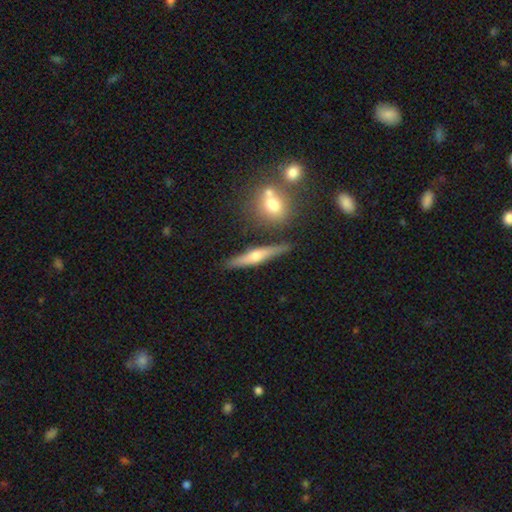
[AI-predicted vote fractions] Smooth or featured?
  - featured or disk: 63% *
  - smooth: 29%
  - star or artifact: 7%
Edge-on disk?
  - yes: 95% *
  - no: 5%
Edge-on bulge?
  - rounded: 90% *
  - none: 6%
  - boxy: 5%
Merging?
  - none: 83% *
  - minor disturbance: 10%
  - merger: 5%
  - major disturbance: 3%